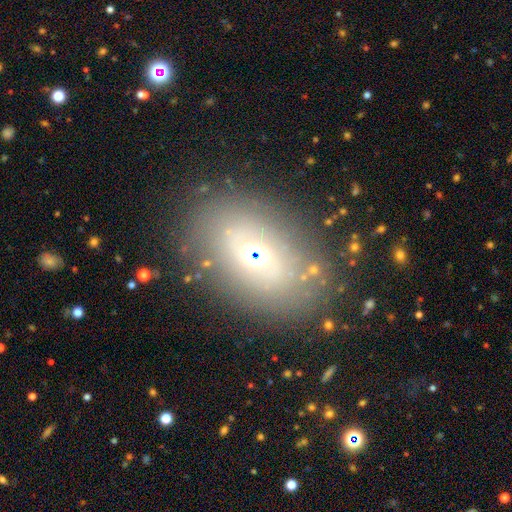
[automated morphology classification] smooth_or_featured: smooth (p=0.47) [alt: featured or disk p=0.34]
merging: none (p=0.76) [alt: minor disturbance p=0.14]